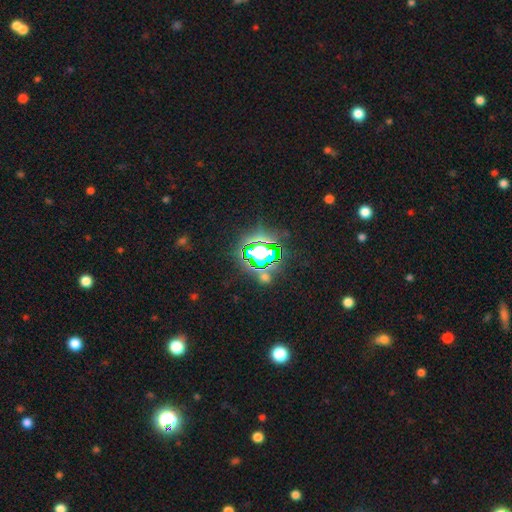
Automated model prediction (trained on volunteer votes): Morphology: type=star or artifact (71%).